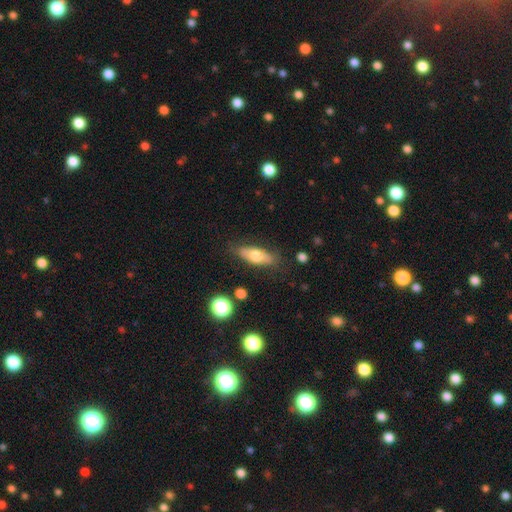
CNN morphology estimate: A smooth galaxy with no disk features (65%) that is in between round and cigar-shaped (66%). Merging: none (78%).